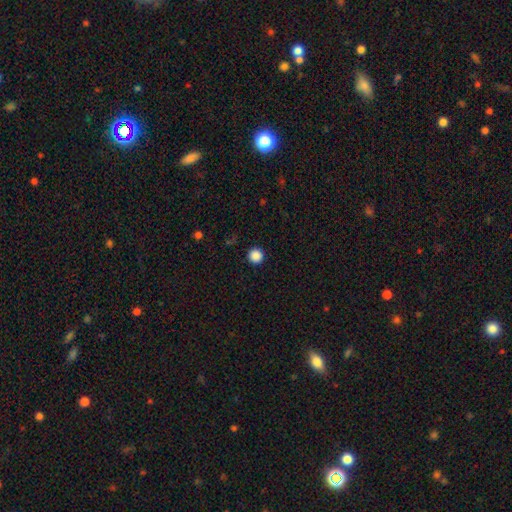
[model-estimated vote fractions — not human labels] The model was most divided on "smooth or featured": smooth: 88%, star or artifact: 10%, featured or disk: 2%. More confident: how rounded — round (96%); merging — none (93%).